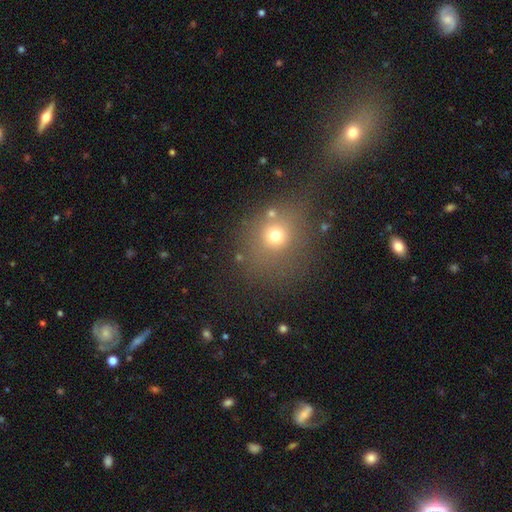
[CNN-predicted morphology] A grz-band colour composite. It shows a smooth galaxy with no disk features (58%) that is round (83%). Merging: none (62%).